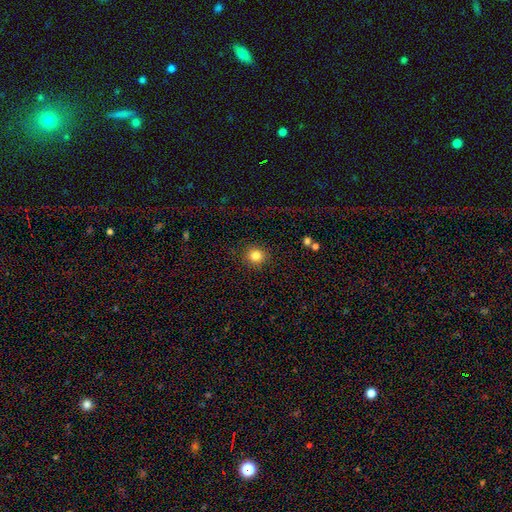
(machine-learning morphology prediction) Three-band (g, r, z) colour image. It shows a smooth galaxy with no disk features (83%) that is round (89%). Merging: none (90%).